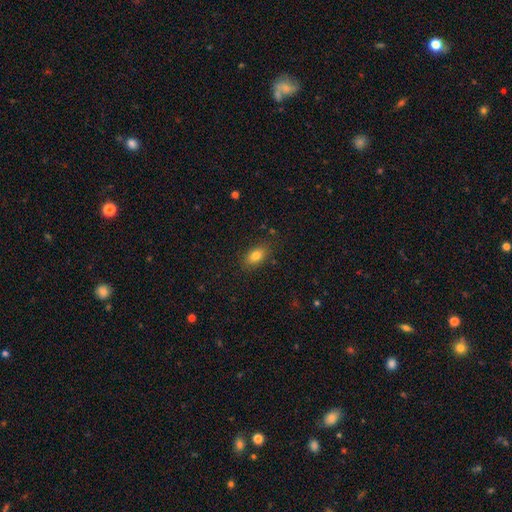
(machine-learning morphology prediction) smooth_or_featured: smooth (p=0.80) [alt: featured or disk p=0.11]
how_rounded: in between (p=0.87) [alt: round p=0.09]
merging: none (p=0.82) [alt: minor disturbance p=0.13]